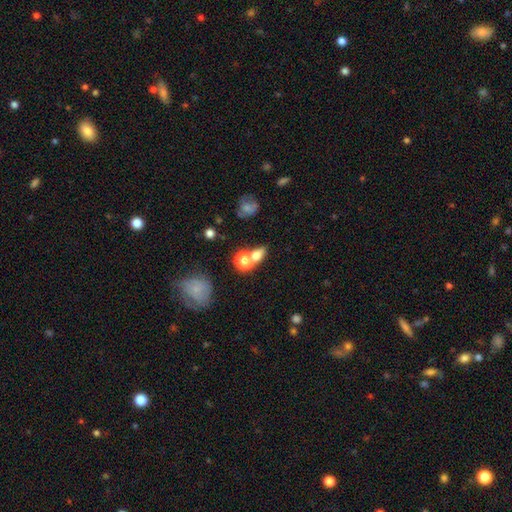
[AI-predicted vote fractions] Morphology: type=smooth (69%); roundness=in between (50%); merging=merger (46%).